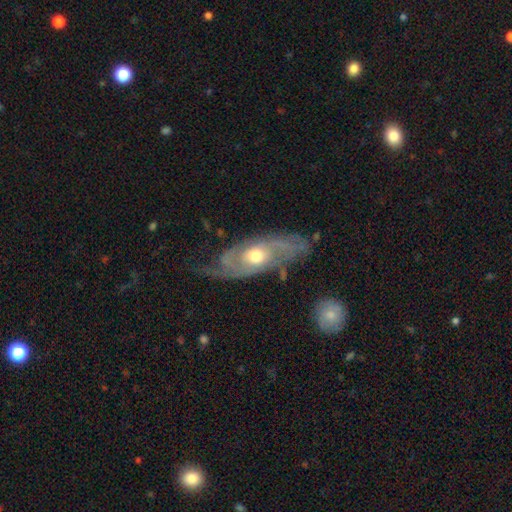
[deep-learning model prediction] The model was most divided on "spiral winding": tight: 42%, medium: 38%, loose: 20%. More confident: spiral arms — yes (90%); edge-on disk — no (88%); smooth or featured — featured or disk (81%); bar — no (75%); bulge size — moderate (73%); merging — none (60%); spiral arm count — 2 (53%).